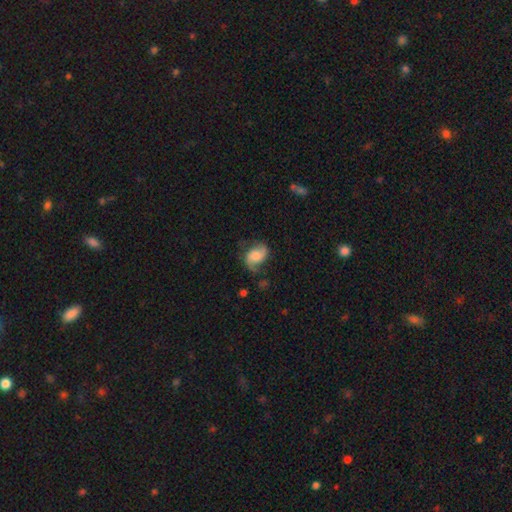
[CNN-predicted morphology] Smooth or featured?
  - featured or disk: 61% *
  - smooth: 31%
  - star or artifact: 8%
Edge-on disk?
  - no: 97% *
  - yes: 3%
Bar?
  - no: 64% *
  - weak: 29%
  - strong: 7%
Spiral arms?
  - yes: 91% *
  - no: 9%
Spiral winding?
  - loose: 45% *
  - medium: 39%
  - tight: 15%
Spiral arm count?
  - 2: 85% *
  - 1: 7%
  - can't tell: 5%
  - 3: 1%
  - 4: 1%
  - more than 4: 1%
Bulge size?
  - moderate: 39% *
  - small: 25%
  - large: 20%
  - none: 12%
  - dominant: 4%
Merging?
  - none: 58% *
  - minor disturbance: 25%
  - major disturbance: 14%
  - merger: 2%